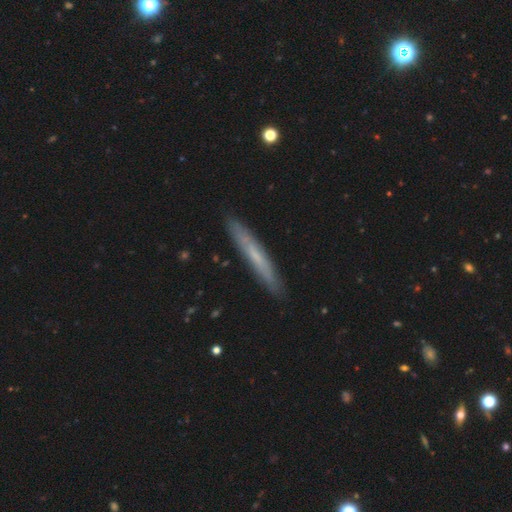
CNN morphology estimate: Overall: smooth (50%; featured or disk 44%). Merging: none (89%).